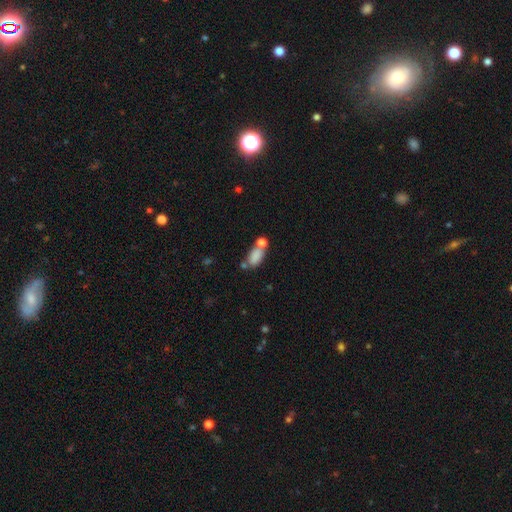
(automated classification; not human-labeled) smooth 81%, featured or disk 10%, star or artifact 9%. Down the decision tree: how rounded — in between (87%); merging — none (40%, tied with merger).